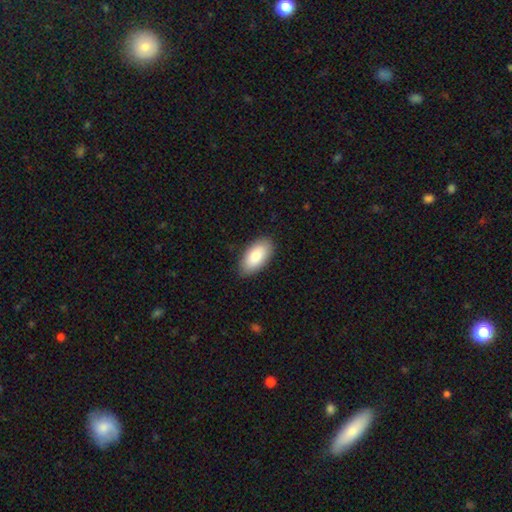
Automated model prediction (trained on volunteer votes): Smooth or featured? smooth (85%)
How rounded? in between (95%)
Merging? none (87%)